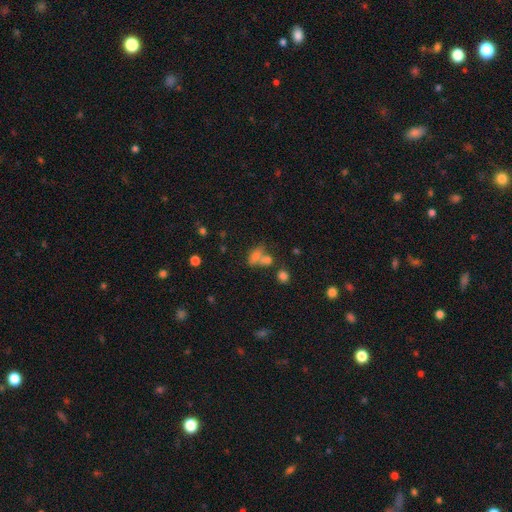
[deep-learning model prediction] Overall: smooth (60%; featured or disk 20%). How rounded: in between (69%). Merging: merger (44%; none 34%).